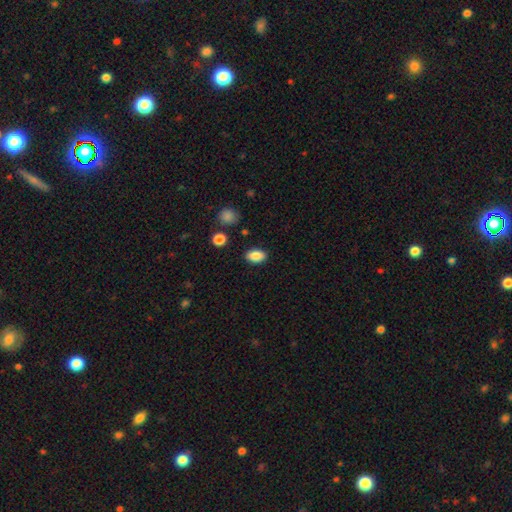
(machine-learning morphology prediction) This appears to be a smooth galaxy with no disk features (87%) that is in between round and cigar-shaped (88%). Merging: none (87%).